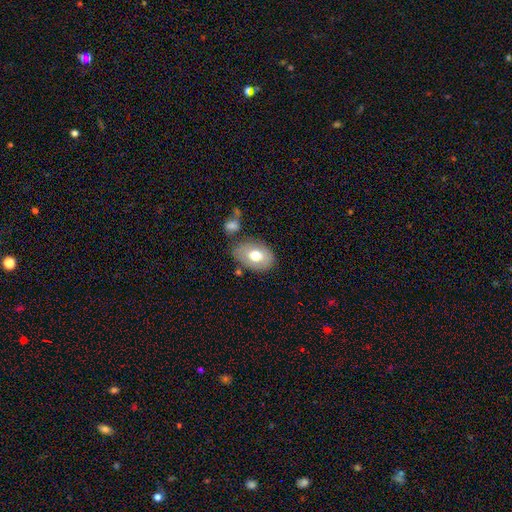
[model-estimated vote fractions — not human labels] Smooth or featured? smooth (67%)
How rounded? in between (85%)
Merging? none (66%)